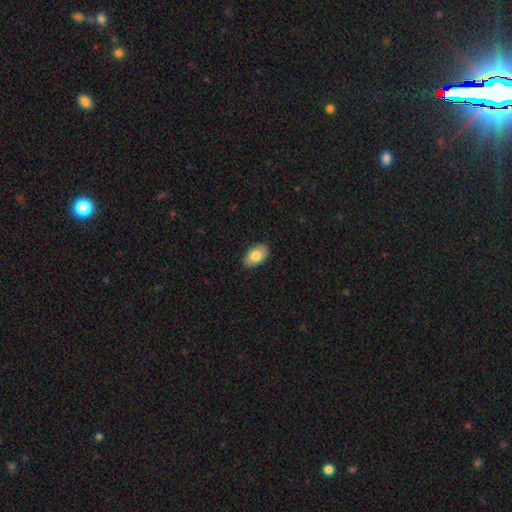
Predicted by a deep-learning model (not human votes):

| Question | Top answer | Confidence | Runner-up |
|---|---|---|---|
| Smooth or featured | smooth | 81% | featured or disk (13%) |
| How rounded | in between | 93% | round (5%) |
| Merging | none | 88% | minor disturbance (9%) |